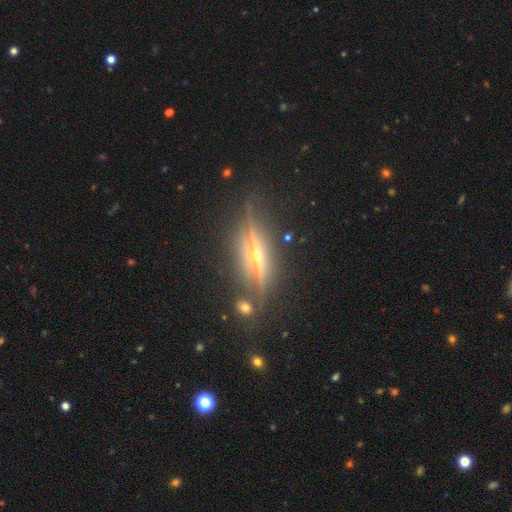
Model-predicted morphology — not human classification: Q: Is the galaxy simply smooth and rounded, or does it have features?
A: featured or disk — 81%.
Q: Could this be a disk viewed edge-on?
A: yes — 91%.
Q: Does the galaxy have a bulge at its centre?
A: rounded — 90%.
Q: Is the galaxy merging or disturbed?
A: none — 76%.